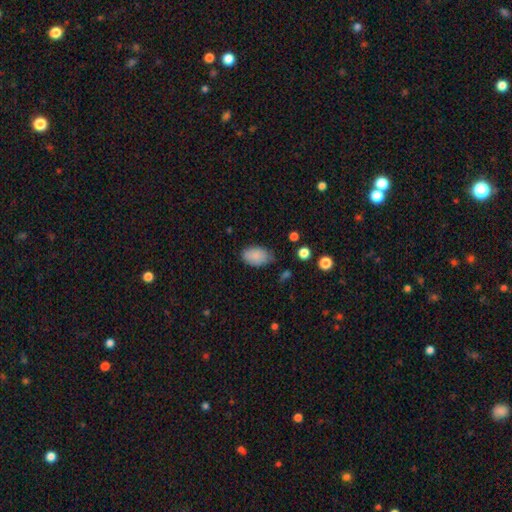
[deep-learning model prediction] A smooth galaxy with no disk features (87%) that is in between round and cigar-shaped (92%). Merging: none (68%).